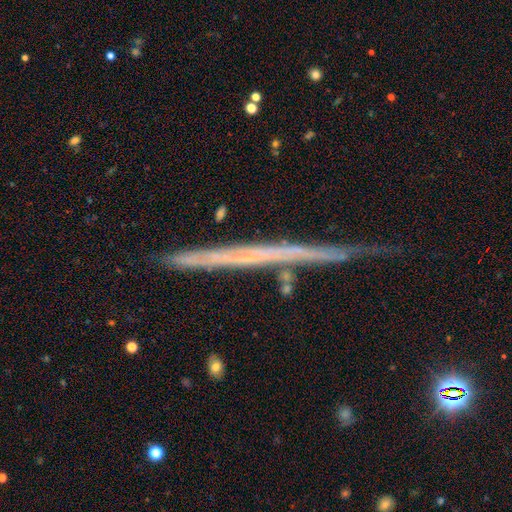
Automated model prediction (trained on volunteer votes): A featured or disk galaxy (64%) viewed edge-on (96%) with no central bulge (92%). Merging: none (76%).